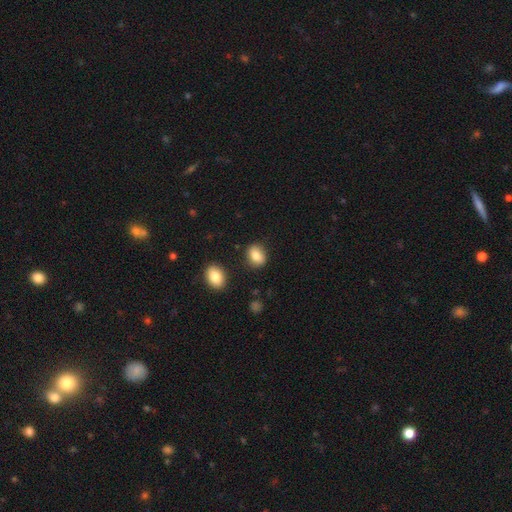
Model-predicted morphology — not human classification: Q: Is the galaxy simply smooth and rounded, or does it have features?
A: smooth — 83%.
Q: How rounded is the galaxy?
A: in between — 64%.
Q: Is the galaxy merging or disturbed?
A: none — 84%.